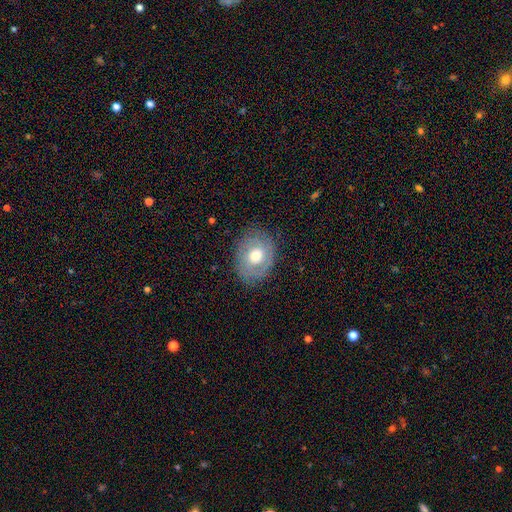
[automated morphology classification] Smooth or featured: featured or disk — 52% (smooth — 40%)
Edge-on disk: no — 95% (yes — 5%)
Merging: none — 79% (minor disturbance — 15%)